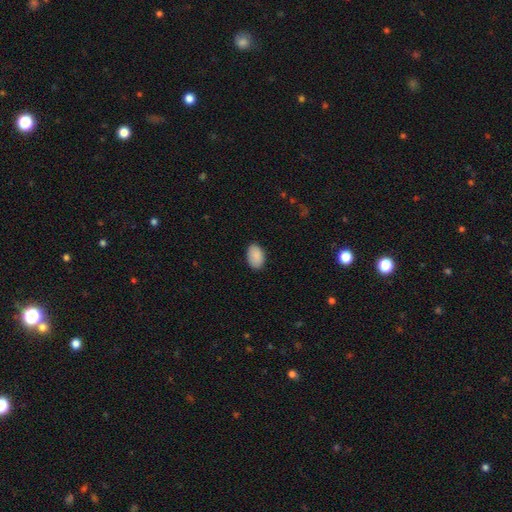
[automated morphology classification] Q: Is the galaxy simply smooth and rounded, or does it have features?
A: smooth — 90%.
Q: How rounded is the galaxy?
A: in between — 89%.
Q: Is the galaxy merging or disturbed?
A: none — 86%.